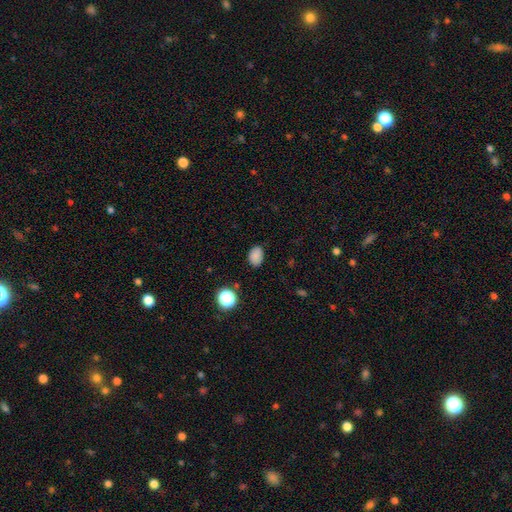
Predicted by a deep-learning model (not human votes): Smooth or featured? smooth (84%)
How rounded? in between (79%)
Merging? none (82%)